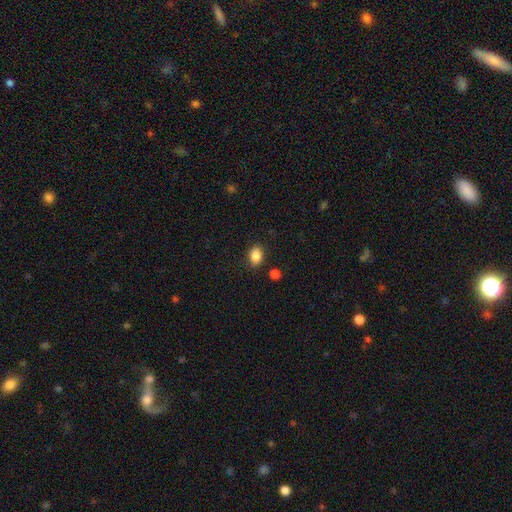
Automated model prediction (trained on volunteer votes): The model was most divided on "how rounded": in between: 73%, round: 26%, cigar-shaped: 1%. More confident: smooth or featured — smooth (86%); merging — none (85%).